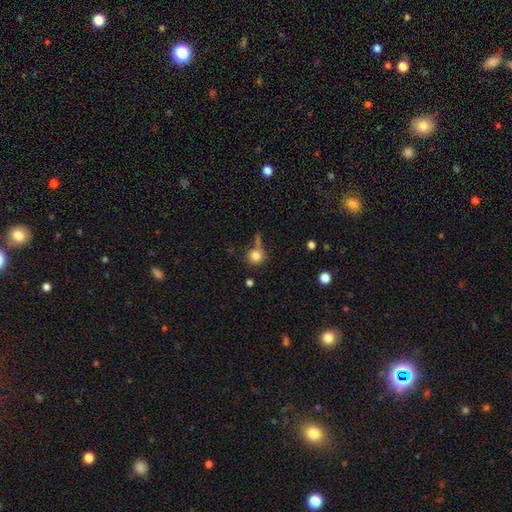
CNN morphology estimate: smooth_or_featured: smooth (p=0.81) [alt: star or artifact p=0.11]
how_rounded: round (p=0.91) [alt: in between p=0.08]
merging: none (p=0.59) [alt: minor disturbance p=0.17]